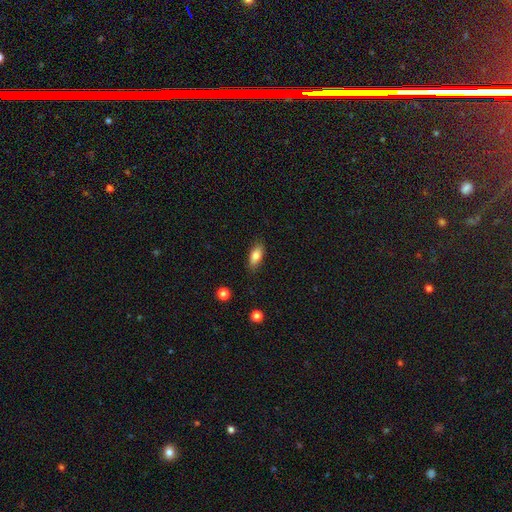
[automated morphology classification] A smooth galaxy with no disk features (78%) that is in between round and cigar-shaped (76%).

Vote fractions:
- Smooth or featured? smooth: 78% / featured or disk: 15% / star or artifact: 7%
- How rounded? in between: 76% / cigar-shaped: 21% / round: 3%
- Merging? none: 83% / minor disturbance: 13% / major disturbance: 3% / merger: 1%